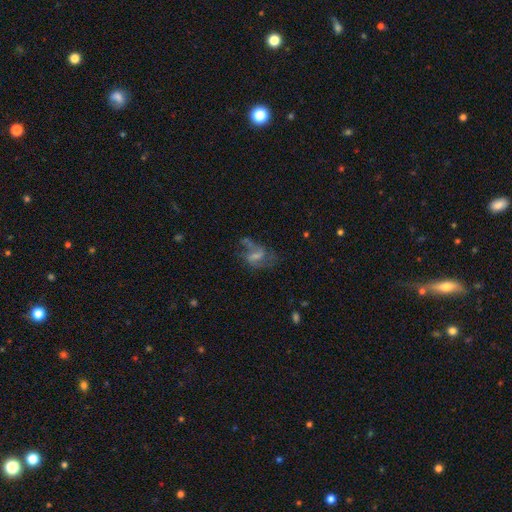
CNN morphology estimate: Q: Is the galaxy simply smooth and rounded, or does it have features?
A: featured or disk — 64%.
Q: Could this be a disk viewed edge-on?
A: no — 96%.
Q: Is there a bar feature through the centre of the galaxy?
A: weak — 49%.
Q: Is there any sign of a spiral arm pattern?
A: yes — 76%.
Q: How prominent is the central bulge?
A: none — 34%.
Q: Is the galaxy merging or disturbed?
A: none — 43%.